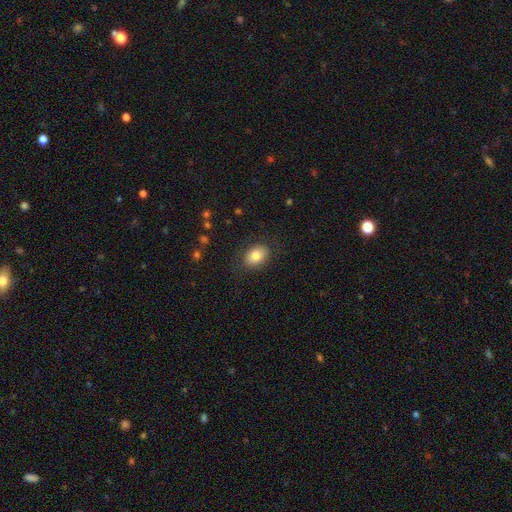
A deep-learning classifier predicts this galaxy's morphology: Smooth or featured?
  - smooth: 81% *
  - featured or disk: 10%
  - star or artifact: 8%
How rounded?
  - in between: 75% *
  - round: 24%
  - cigar-shaped: 1%
Merging?
  - none: 84% *
  - minor disturbance: 11%
  - major disturbance: 4%
  - merger: 1%